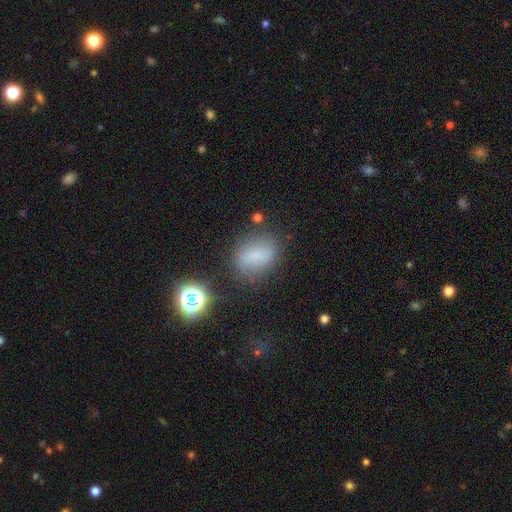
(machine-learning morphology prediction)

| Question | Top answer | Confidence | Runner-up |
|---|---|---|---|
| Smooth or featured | smooth | 70% | star or artifact (16%) |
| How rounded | in between | 69% | round (27%) |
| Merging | none | 68% | minor disturbance (19%) |